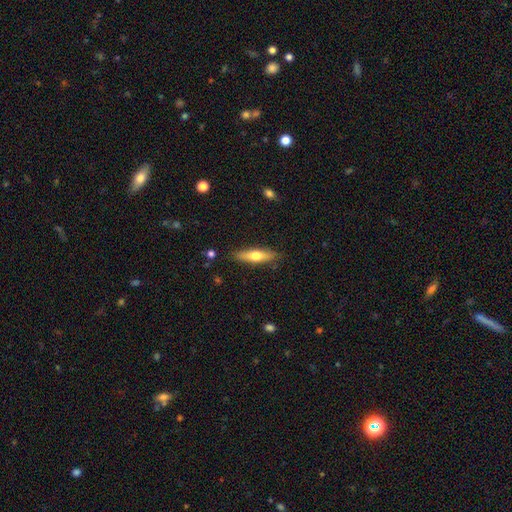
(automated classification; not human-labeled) Smooth or featured? smooth (54%)
How rounded? cigar-shaped (72%)
Merging? none (87%)